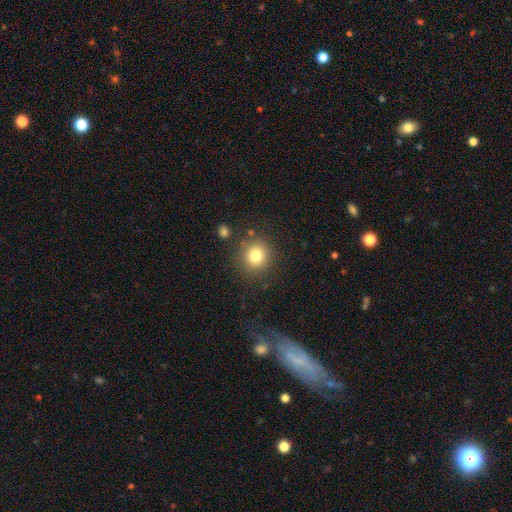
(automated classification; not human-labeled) smooth_or_featured: smooth (p=0.80) [alt: star or artifact p=0.12]
how_rounded: round (p=0.90) [alt: in between p=0.09]
merging: none (p=0.85) [alt: minor disturbance p=0.08]